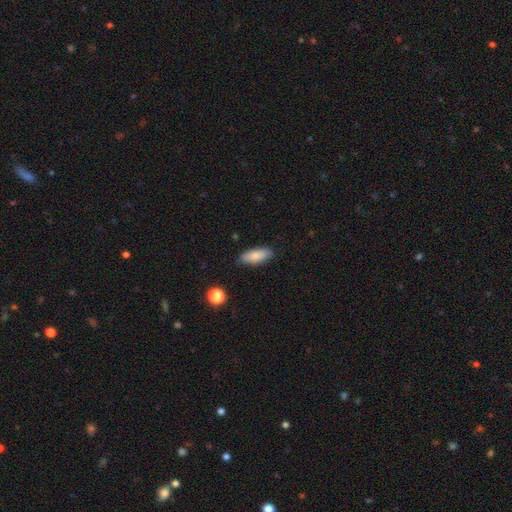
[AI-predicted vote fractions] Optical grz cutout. It shows a smooth galaxy with no disk features (83%) that is in between round and cigar-shaped (77%). Merging: none (85%).